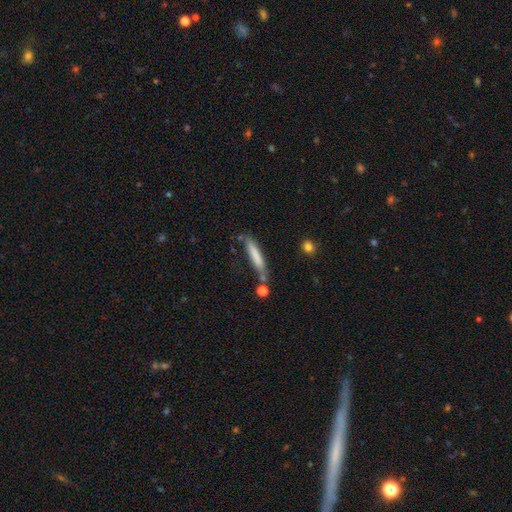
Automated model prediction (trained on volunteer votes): A smooth galaxy with no disk features (72%) that is cigar-shaped (92%).

Vote fractions:
- Smooth or featured? smooth: 72% / featured or disk: 22% / star or artifact: 7%
- How rounded? cigar-shaped: 92% / in between: 7% / round: 1%
- Merging? none: 66% / minor disturbance: 19% / merger: 9% / major disturbance: 5%